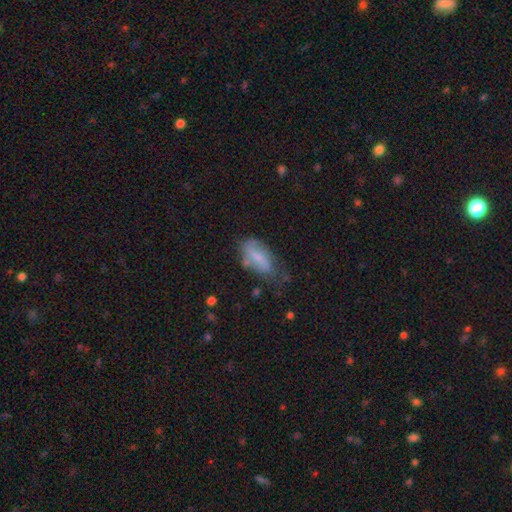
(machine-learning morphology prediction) smooth 55%, featured or disk 37%, star or artifact 8%. Down the decision tree: how rounded — in between (86%); merging — none (42%).